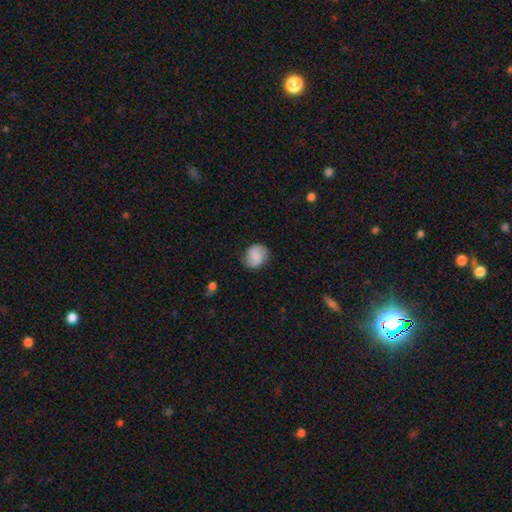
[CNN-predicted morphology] A smooth galaxy with no disk features (55%) that is round (75%). Merging: none (80%).